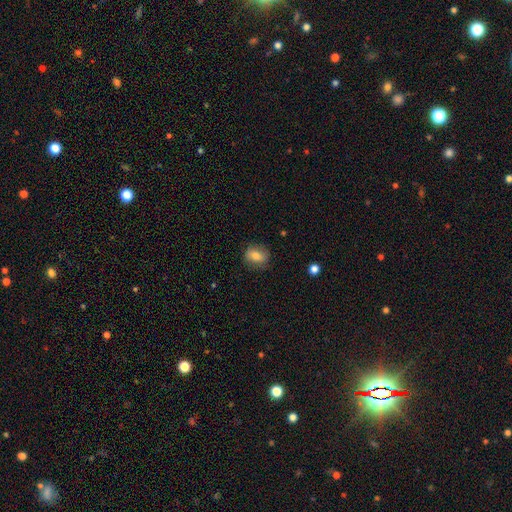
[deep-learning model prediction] Morphology: type=smooth (72%); roundness=in between (52%); merging=none (80%).